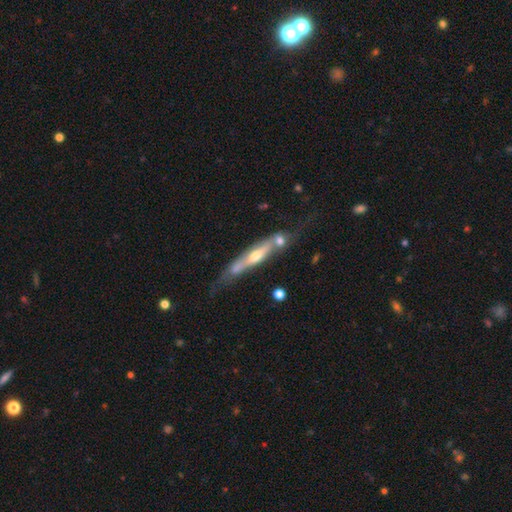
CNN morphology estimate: This appears to be a featured or disk galaxy (71%) viewed edge-on (82%) with a rounded central bulge (78%). Merging: none (48%).